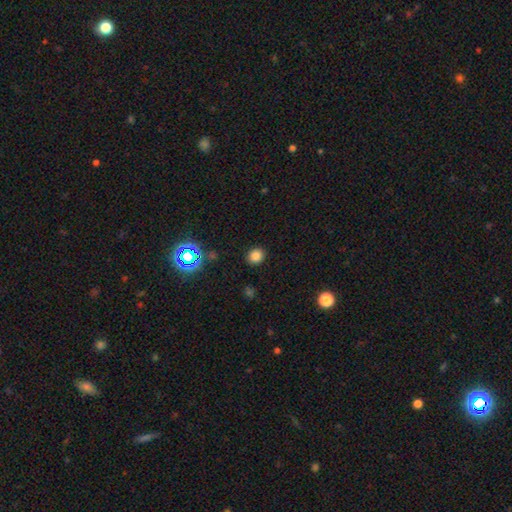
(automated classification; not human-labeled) This is likely a smooth galaxy (79%). How rounded: clearly round (82%). Merging: clearly none (90%).